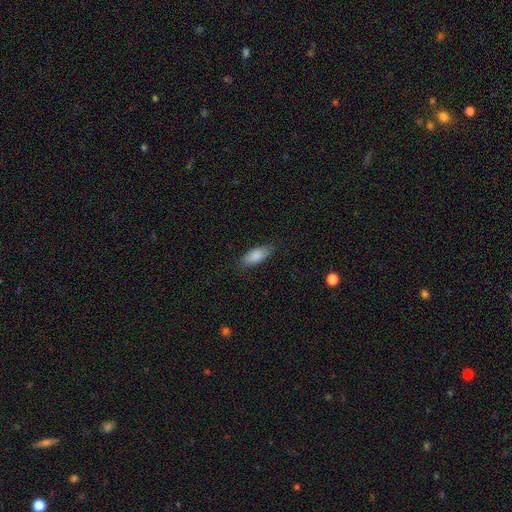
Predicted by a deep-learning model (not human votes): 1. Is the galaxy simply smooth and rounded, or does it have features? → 87% smooth, 7% featured or disk, 6% star or artifact.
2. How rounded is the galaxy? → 83% in between, 15% cigar-shaped, 2% round.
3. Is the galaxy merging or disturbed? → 84% none, 12% minor disturbance, 3% major disturbance, 1% merger.